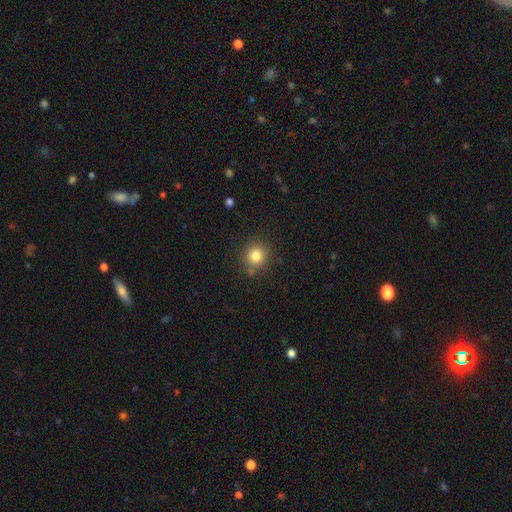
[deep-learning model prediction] smooth-or-featured: smooth: 82% | star or artifact: 12% | featured or disk: 6%
  how-rounded: round: 89% | in between: 10% | cigar-shaped: 1%
  merging: none: 84% | minor disturbance: 10% | major disturbance: 3% | merger: 3%